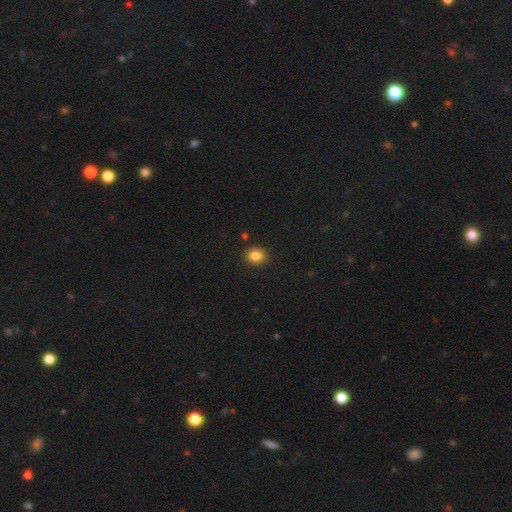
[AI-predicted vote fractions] A smooth galaxy with no disk features (85%) that is round (58%). Merging: none (90%).